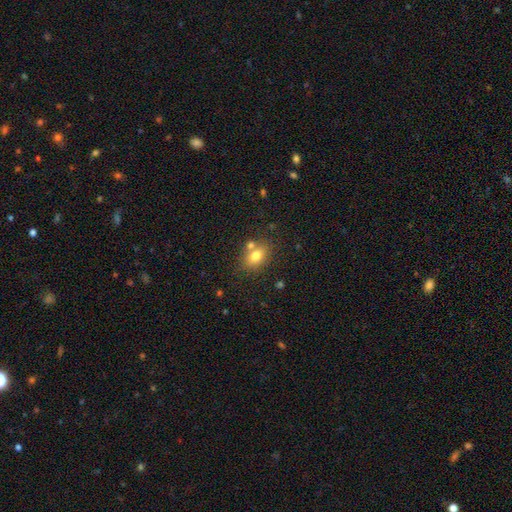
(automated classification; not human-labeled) This appears to be a smooth galaxy with no disk features (76%) that is in between round and cigar-shaped (70%). Merging: none (63%).